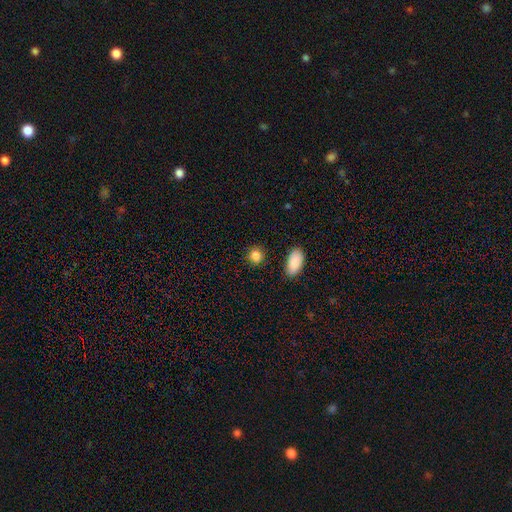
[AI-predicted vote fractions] The model was most divided on "how rounded": round: 73%, in between: 25%, cigar-shaped: 2%. More confident: merging — none (87%); smooth or featured — smooth (86%).